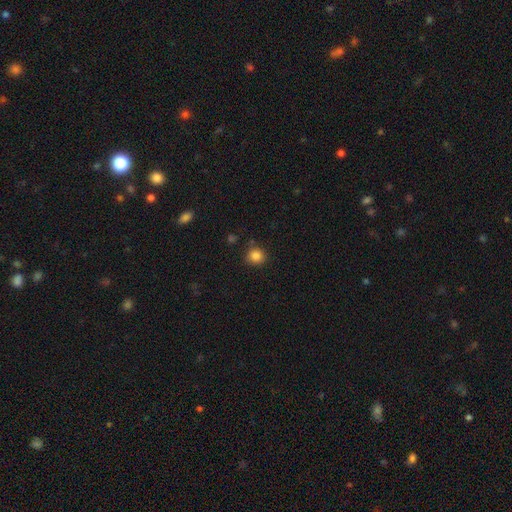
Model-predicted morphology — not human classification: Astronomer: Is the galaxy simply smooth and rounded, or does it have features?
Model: smooth — 85%.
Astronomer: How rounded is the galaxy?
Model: round — 89%.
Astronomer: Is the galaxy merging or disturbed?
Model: none — 83%.